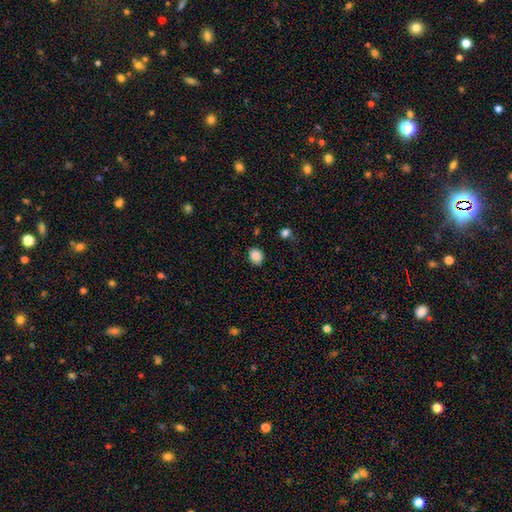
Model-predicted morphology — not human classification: type=smooth (87%); roundness=round (58%); merging=none (87%).